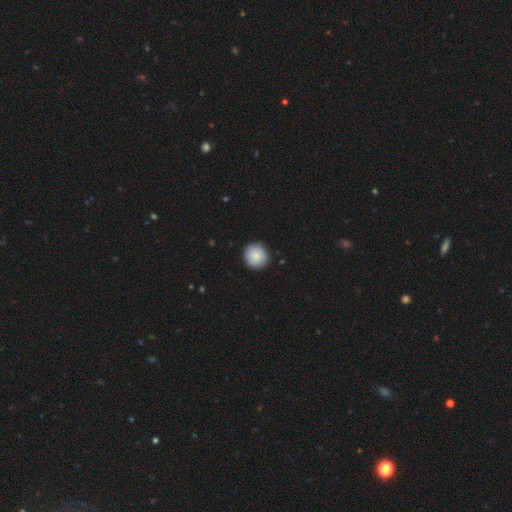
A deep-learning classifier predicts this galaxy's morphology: A smooth galaxy with no disk features (82%) that is round (92%).

Vote fractions:
- Smooth or featured? smooth: 82% / featured or disk: 12% / star or artifact: 7%
- How rounded? round: 92% / in between: 7% / cigar-shaped: 1%
- Merging? none: 88% / minor disturbance: 9% / major disturbance: 2% / merger: 1%